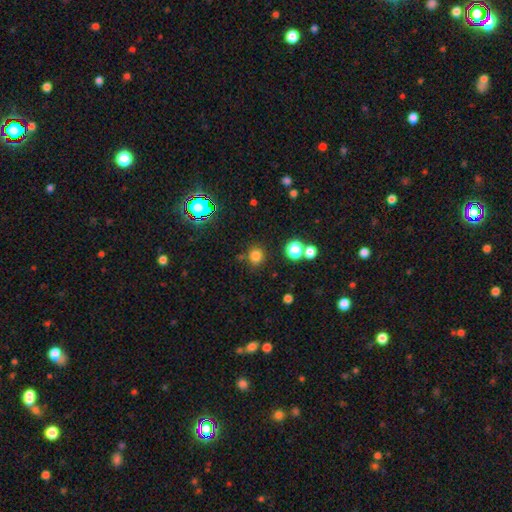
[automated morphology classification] smooth_or_featured: smooth (p=0.77) [alt: star or artifact p=0.18]
how_rounded: round (p=0.88) [alt: in between p=0.12]
merging: none (p=0.81) [alt: minor disturbance p=0.09]